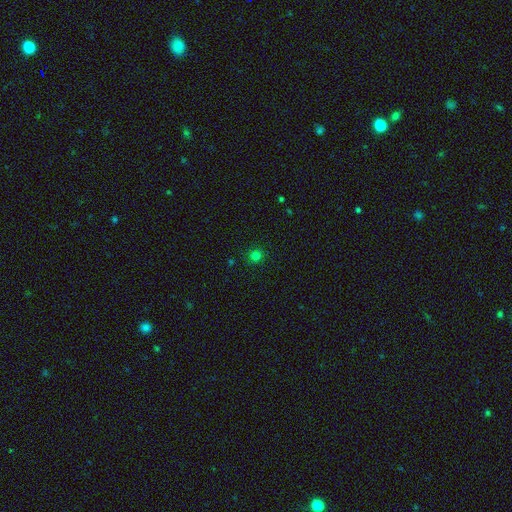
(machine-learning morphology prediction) A smooth galaxy with no disk features (78%) that is round (93%). Merging: none (91%).